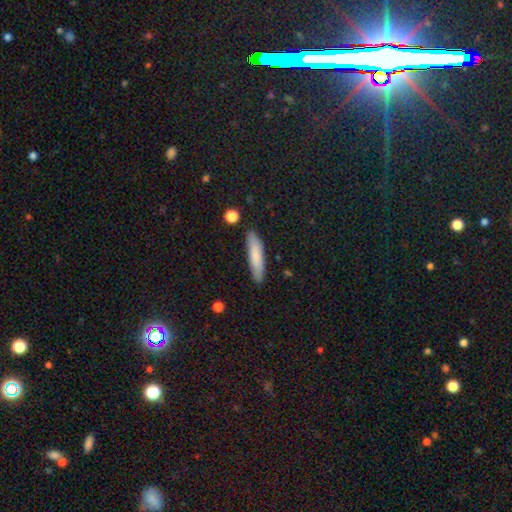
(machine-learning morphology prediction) smooth-or-featured: smooth: 78% | featured or disk: 16% | star or artifact: 6%
  how-rounded: cigar-shaped: 80% | in between: 19% | round: 1%
  merging: none: 86% | minor disturbance: 10% | merger: 2% | major disturbance: 2%